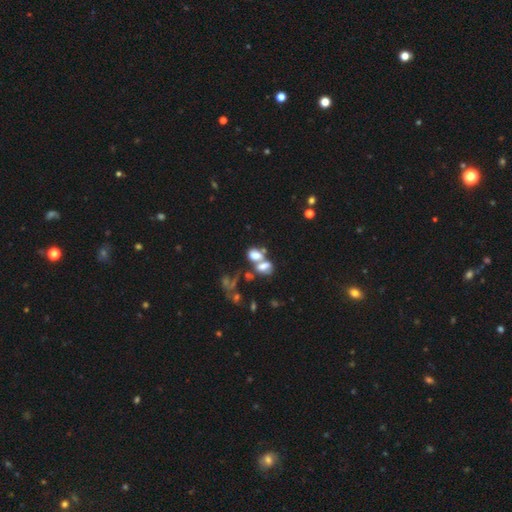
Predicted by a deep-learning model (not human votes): Smooth or featured?
  - smooth: 65% *
  - featured or disk: 19%
  - star or artifact: 15%
How rounded?
  - in between: 77% *
  - round: 21%
  - cigar-shaped: 2%
Merging?
  - merger: 61% *
  - none: 21%
  - major disturbance: 10%
  - minor disturbance: 8%